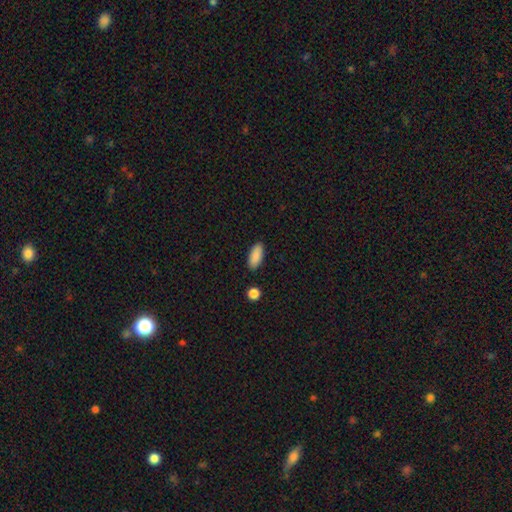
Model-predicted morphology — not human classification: Smooth or featured? Predicted: smooth (p=0.89). How rounded? Predicted: in between (p=0.86). Merging? Predicted: none (p=0.88).